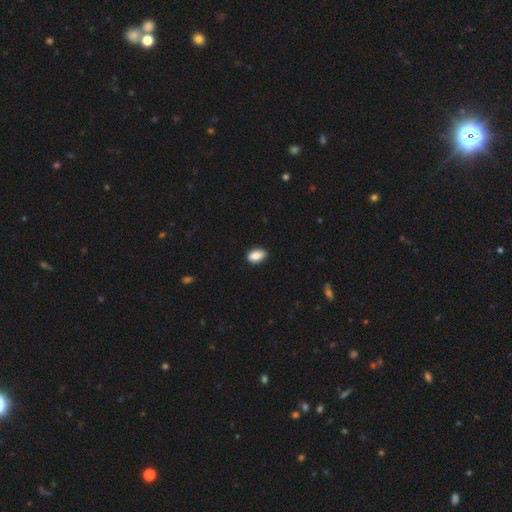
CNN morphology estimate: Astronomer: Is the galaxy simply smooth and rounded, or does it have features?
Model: smooth — 88%.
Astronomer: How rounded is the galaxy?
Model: in between — 91%.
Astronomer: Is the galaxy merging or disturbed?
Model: none — 82%.